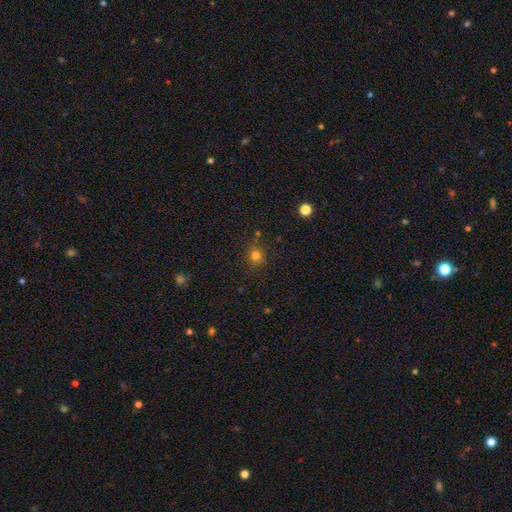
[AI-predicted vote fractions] Smooth or featured?
  - smooth: 78% *
  - star or artifact: 16%
  - featured or disk: 6%
How rounded?
  - round: 84% *
  - in between: 15%
  - cigar-shaped: 1%
Merging?
  - none: 80% *
  - minor disturbance: 12%
  - merger: 4%
  - major disturbance: 3%